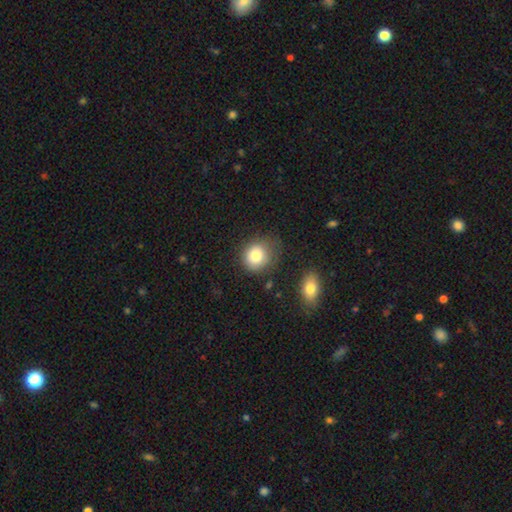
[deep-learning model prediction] The model was most divided on "merging": none: 66%, minor disturbance: 22%, major disturbance: 8%, merger: 4%. More confident: smooth or featured — smooth (83%); how rounded — round (79%).